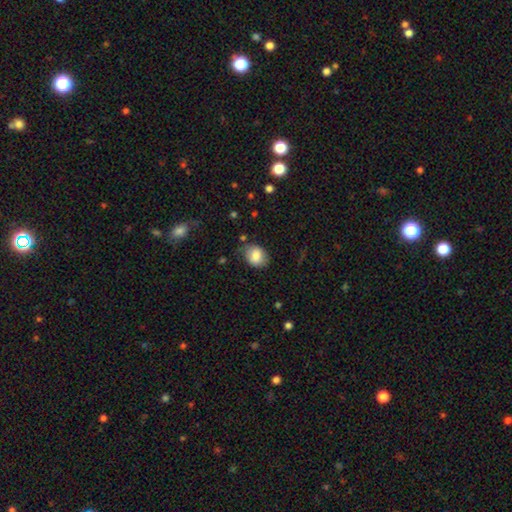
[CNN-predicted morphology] This appears to be a smooth galaxy with no disk features (82%) that is in between round and cigar-shaped (55%). Merging: none (73%).